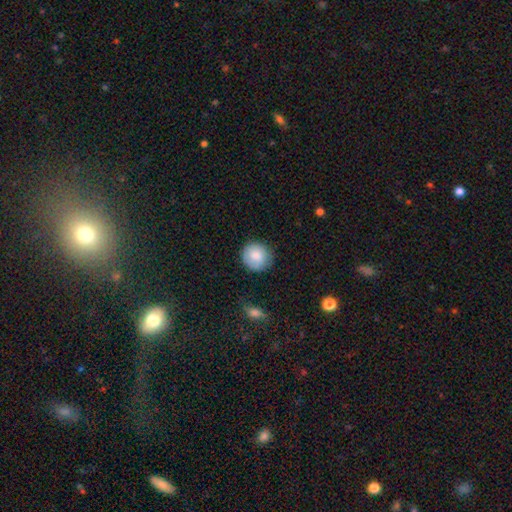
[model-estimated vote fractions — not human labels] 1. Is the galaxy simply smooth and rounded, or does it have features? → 85% smooth, 8% featured or disk, 7% star or artifact.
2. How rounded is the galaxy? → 91% round, 8% in between, 1% cigar-shaped.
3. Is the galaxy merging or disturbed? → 83% none, 13% minor disturbance, 3% major disturbance, 2% merger.